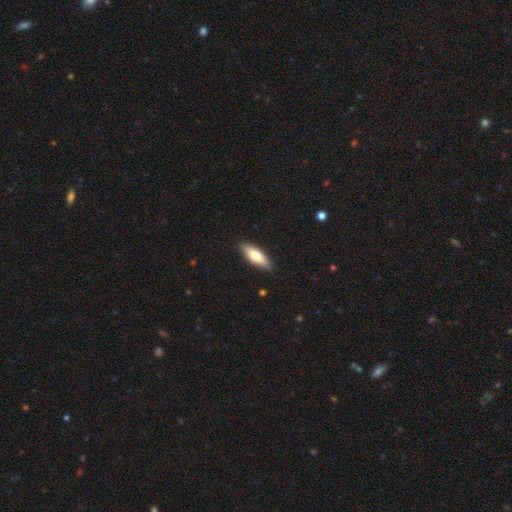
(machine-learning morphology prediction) Smooth or featured? Predicted: smooth (p=0.75). How rounded? Predicted: in between (p=0.69). Merging? Predicted: none (p=0.89).